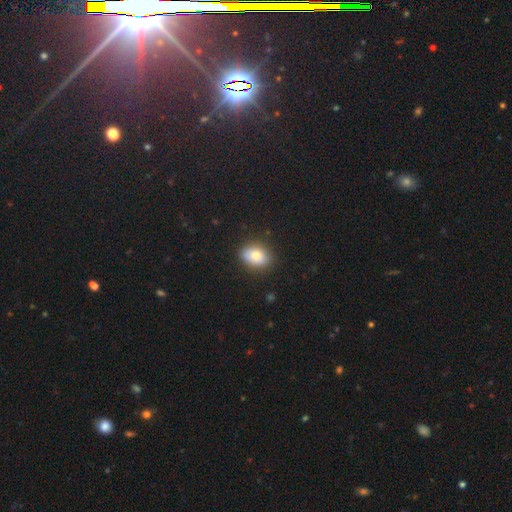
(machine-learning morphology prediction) This is likely a smooth galaxy (80%). How rounded: likely in between (73%). Merging: clearly none (84%).